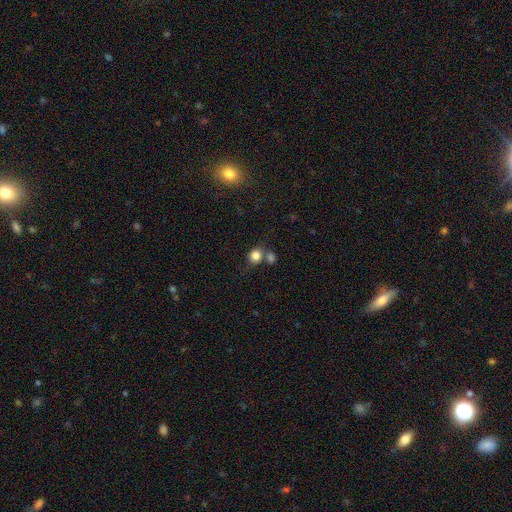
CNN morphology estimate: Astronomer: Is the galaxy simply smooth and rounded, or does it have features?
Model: smooth — 82%.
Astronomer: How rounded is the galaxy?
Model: round — 71%.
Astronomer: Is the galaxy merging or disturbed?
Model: none — 57%.